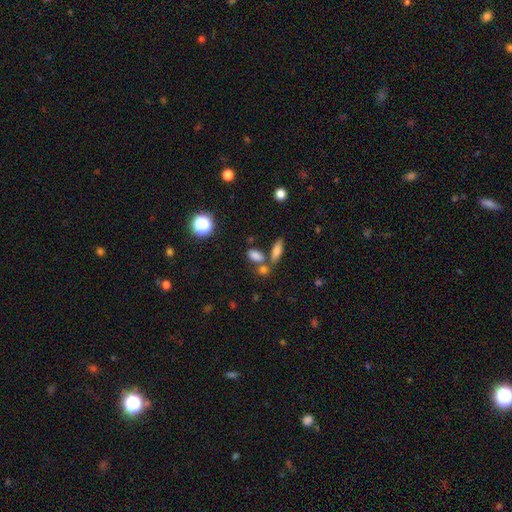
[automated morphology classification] Smooth or featured? smooth (78%)
How rounded? in between (77%)
Merging? none (57%)